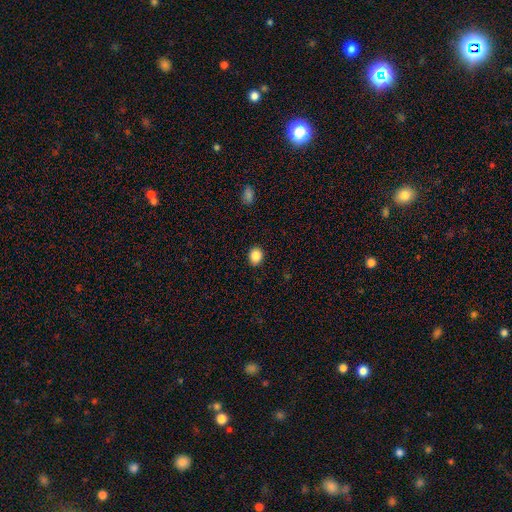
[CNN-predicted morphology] A smooth galaxy with no disk features (86%) that is round (59%). Merging: none (91%).